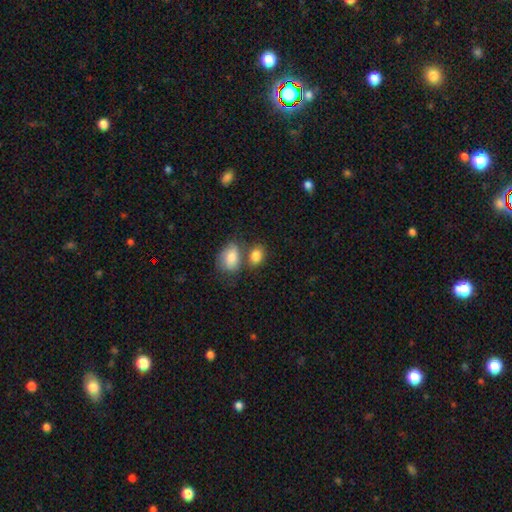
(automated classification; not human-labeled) Q: Smooth or featured?
A: smooth (84%); runner-up: featured or disk (8%)
Q: How rounded?
A: in between (75%); runner-up: round (23%)
Q: Merging?
A: none (46%); runner-up: merger (37%)